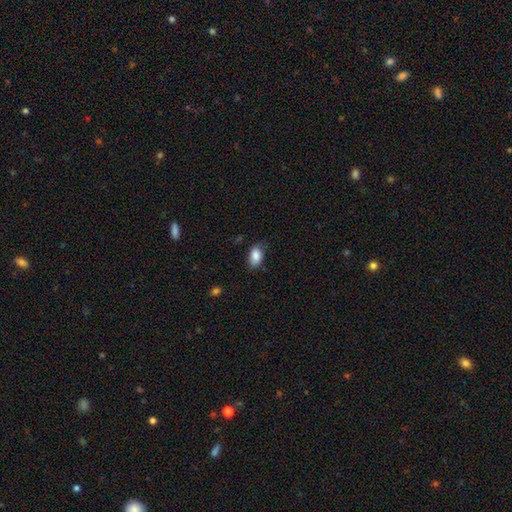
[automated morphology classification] Smooth or featured?
  - smooth: 85% *
  - featured or disk: 8%
  - star or artifact: 7%
How rounded?
  - in between: 90% *
  - round: 8%
  - cigar-shaped: 2%
Merging?
  - none: 69% *
  - minor disturbance: 25%
  - major disturbance: 5%
  - merger: 1%